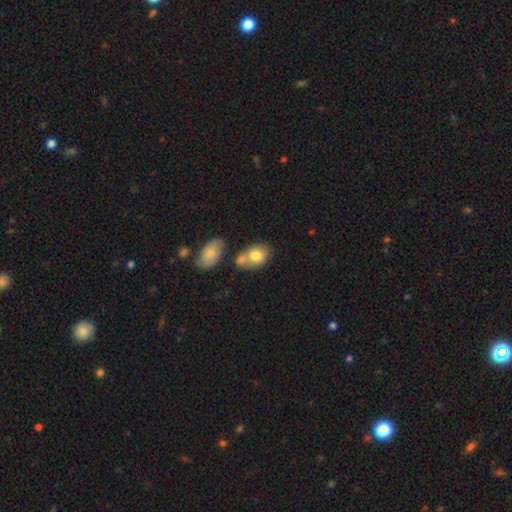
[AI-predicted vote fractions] A smooth galaxy with no disk features (77%) that is in between round and cigar-shaped (75%).

Vote fractions:
- Smooth or featured? smooth: 77% / featured or disk: 16% / star or artifact: 7%
- How rounded? in between: 75% / round: 24% / cigar-shaped: 1%
- Merging? none: 43% / merger: 37% / minor disturbance: 15% / major disturbance: 5%